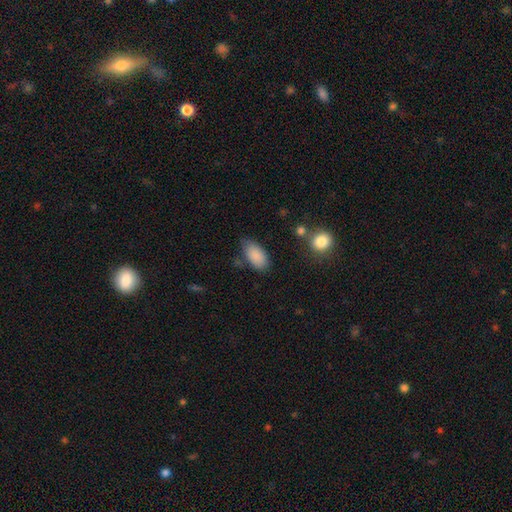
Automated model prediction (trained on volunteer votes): The model was most divided on "merging": none: 68%, minor disturbance: 23%, major disturbance: 5%, merger: 3%. More confident: how rounded — in between (93%); smooth or featured — smooth (87%).